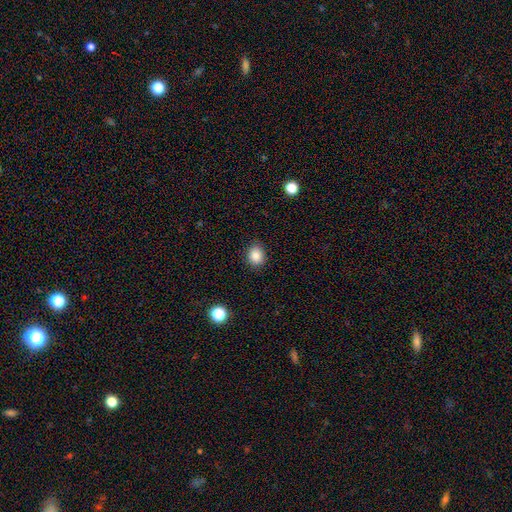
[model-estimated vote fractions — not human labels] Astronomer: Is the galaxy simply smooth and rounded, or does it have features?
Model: smooth — 86%.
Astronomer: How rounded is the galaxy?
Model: round — 60% (runner-up: in between, 39%).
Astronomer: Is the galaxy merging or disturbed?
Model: none — 86%.